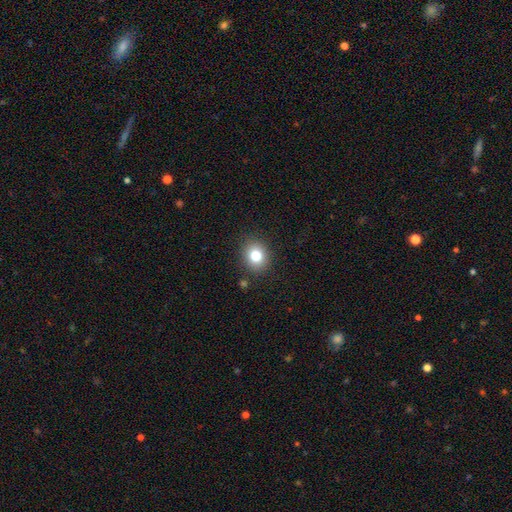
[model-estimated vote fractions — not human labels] This appears to be a smooth galaxy with no disk features (78%) that is round (71%). Merging: none (87%).